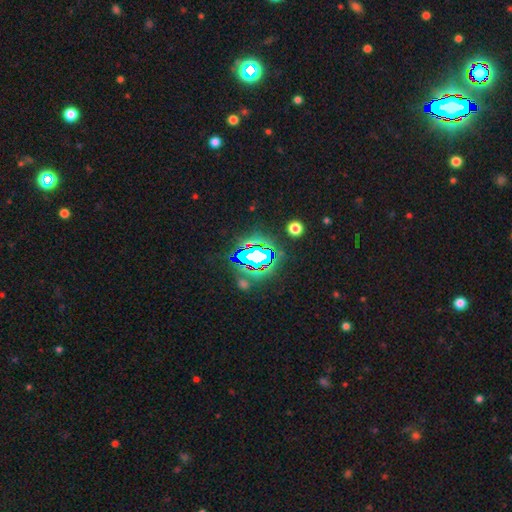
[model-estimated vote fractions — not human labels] This is likely a star or artifact rather than a galaxy (70%).